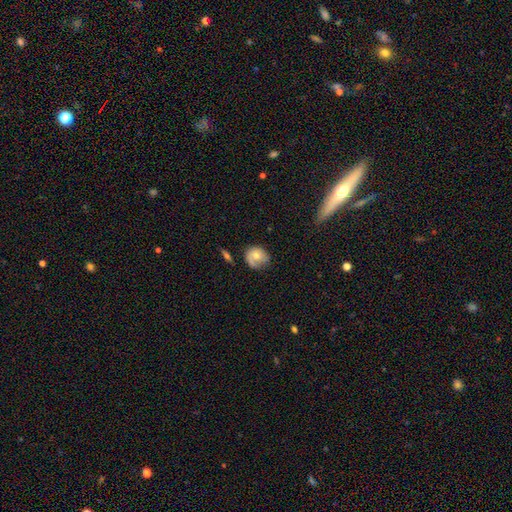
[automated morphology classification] A smooth galaxy with no disk features (57%) that is round (69%).

Vote fractions:
- Smooth or featured? smooth: 57% / featured or disk: 36% / star or artifact: 7%
- How rounded? round: 69% / in between: 30% / cigar-shaped: 1%
- Merging? none: 50% / minor disturbance: 30% / major disturbance: 16% / merger: 4%